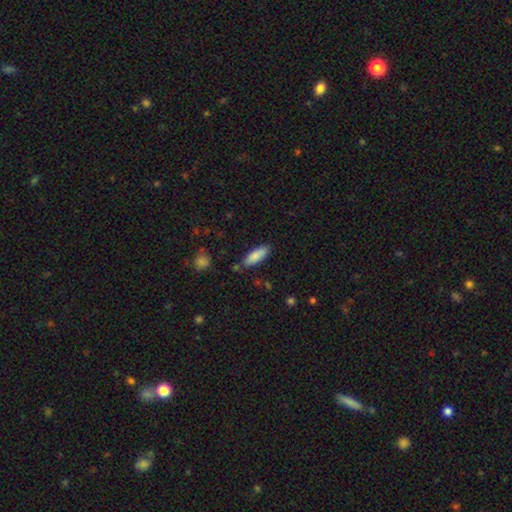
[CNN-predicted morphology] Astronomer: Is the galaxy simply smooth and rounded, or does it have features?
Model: smooth — 85%.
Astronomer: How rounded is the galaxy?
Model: in between — 68%.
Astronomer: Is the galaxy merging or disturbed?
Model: none — 81%.